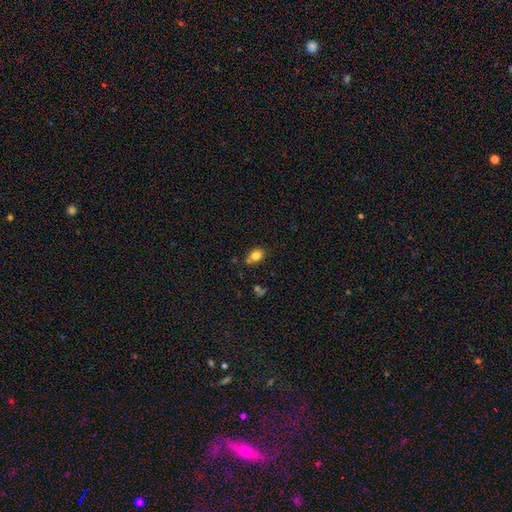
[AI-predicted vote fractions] A smooth galaxy with no disk features (80%) that is in between round and cigar-shaped (68%).

Vote fractions:
- Smooth or featured? smooth: 80% / star or artifact: 11% / featured or disk: 10%
- How rounded? in between: 68% / round: 30% / cigar-shaped: 1%
- Merging? none: 68% / minor disturbance: 19% / merger: 9% / major disturbance: 4%